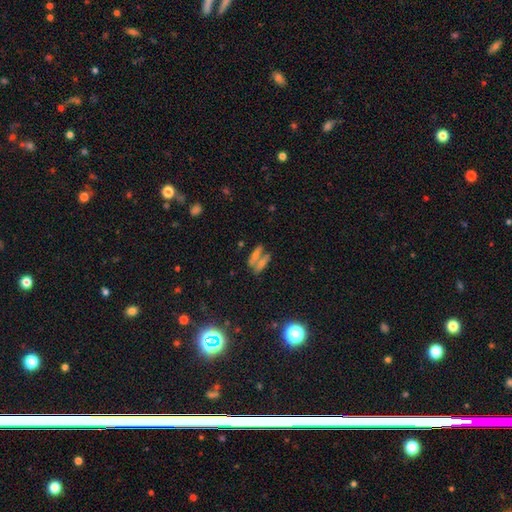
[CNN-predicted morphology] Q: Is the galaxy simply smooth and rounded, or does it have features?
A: smooth — 38%.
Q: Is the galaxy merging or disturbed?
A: merger — 45%.